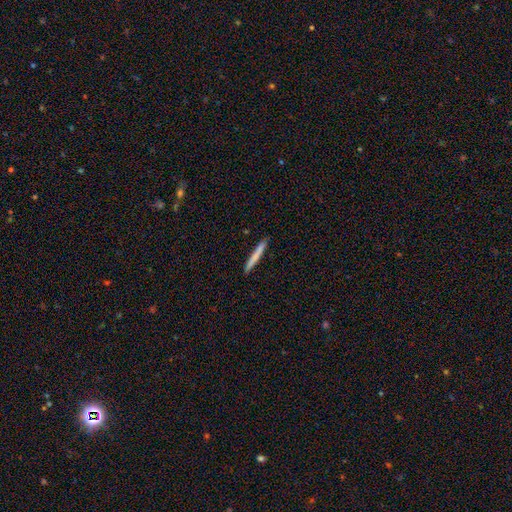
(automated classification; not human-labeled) A smooth galaxy with no disk features (72%) that is cigar-shaped (97%).

Vote fractions:
- Smooth or featured? smooth: 72% / featured or disk: 23% / star or artifact: 6%
- How rounded? cigar-shaped: 97% / in between: 2% / round: 1%
- Merging? none: 91% / minor disturbance: 6% / major disturbance: 1% / merger: 1%